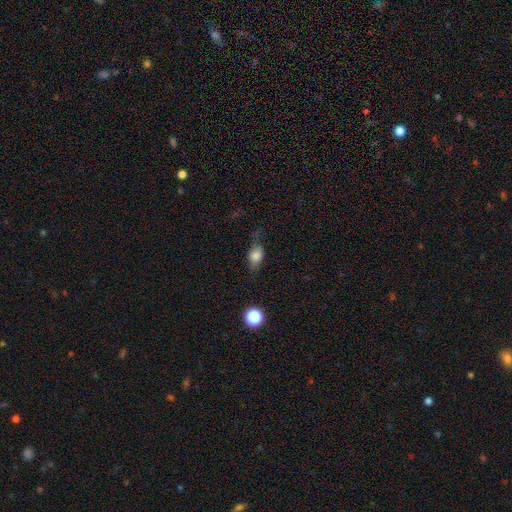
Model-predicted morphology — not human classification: Overall: smooth (74%). How rounded: in between (73%). Merging: none (57%; minor disturbance 26%).